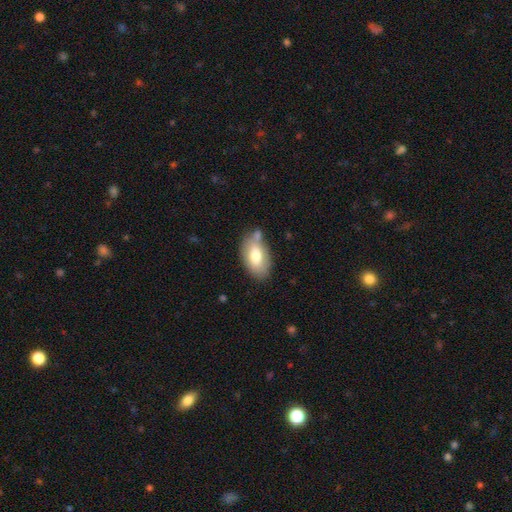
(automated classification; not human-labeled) smooth-or-featured: smooth: 74% | featured or disk: 20% | star or artifact: 6%
  how-rounded: in between: 93% | round: 5% | cigar-shaped: 2%
  merging: none: 62% | minor disturbance: 20% | merger: 13% | major disturbance: 5%